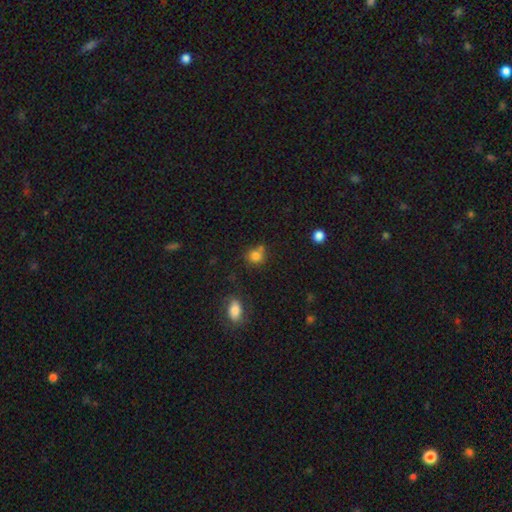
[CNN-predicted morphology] A smooth galaxy with no disk features (81%) that is round (81%).

Vote fractions:
- Smooth or featured? smooth: 81% / star or artifact: 13% / featured or disk: 7%
- How rounded? round: 81% / in between: 18% / cigar-shaped: 1%
- Merging? none: 62% / merger: 16% / minor disturbance: 16% / major disturbance: 5%